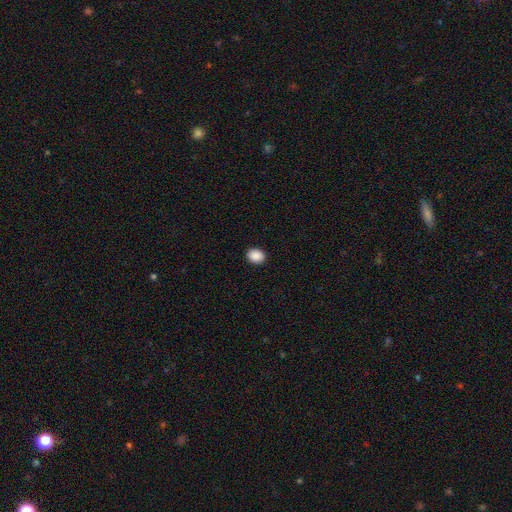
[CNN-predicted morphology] Smooth or featured? smooth (90%)
How rounded? round (52%)
Merging? none (92%)